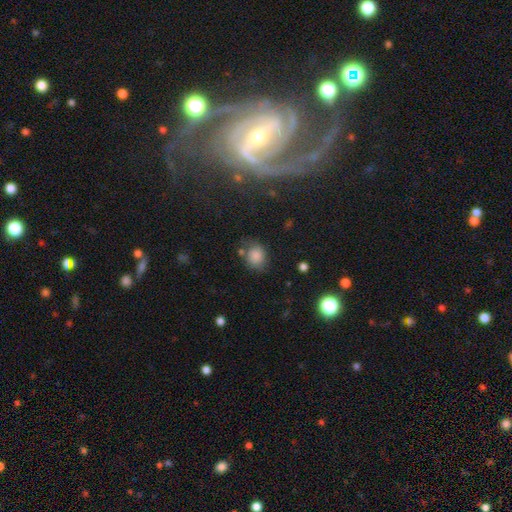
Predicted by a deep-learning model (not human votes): Overall: smooth (82%). How rounded: round (62%; in between 37%). Merging: none (61%; minor disturbance 23%).